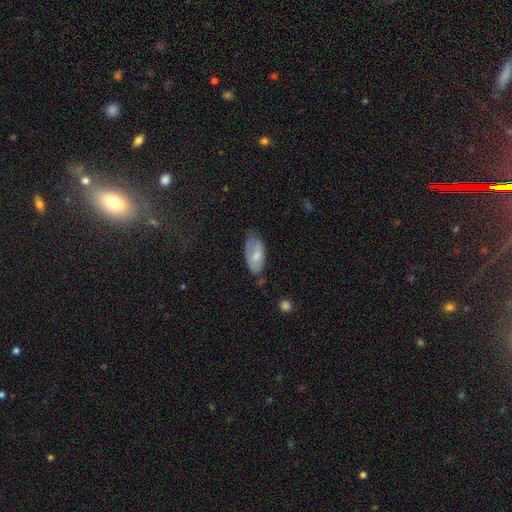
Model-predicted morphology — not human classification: Smooth or featured? Predicted: smooth (p=0.69). How rounded? Predicted: in between (p=0.92). Merging? Predicted: none (p=0.49).